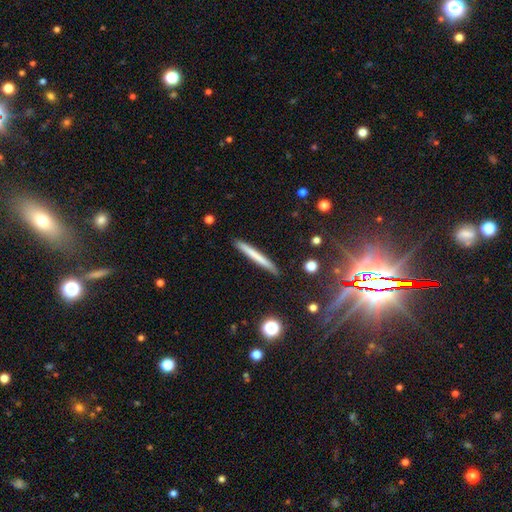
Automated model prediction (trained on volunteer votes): Overall: smooth (64%; featured or disk 29%). How rounded: cigar-shaped (97%). Merging: none (90%).